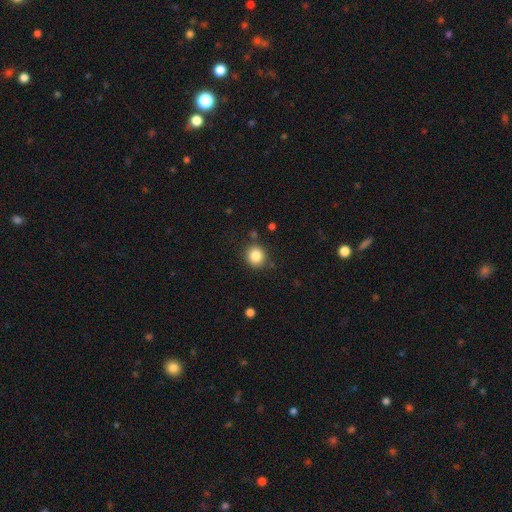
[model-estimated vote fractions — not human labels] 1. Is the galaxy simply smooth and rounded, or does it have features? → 85% smooth, 10% star or artifact, 5% featured or disk.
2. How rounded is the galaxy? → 90% round, 9% in between, 1% cigar-shaped.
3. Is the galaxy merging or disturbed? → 87% none, 8% minor disturbance, 3% merger, 3% major disturbance.